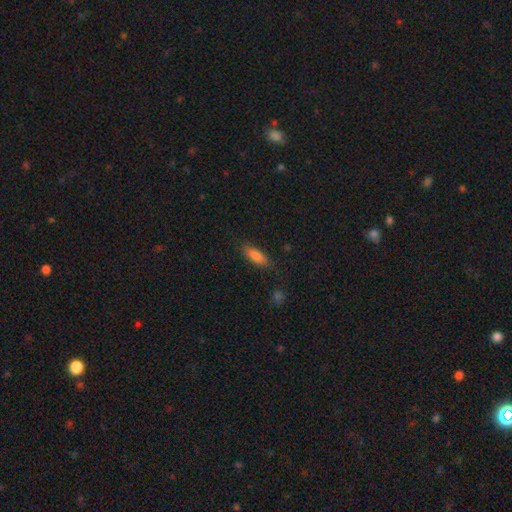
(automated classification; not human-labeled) The model was most divided on "how rounded": in between: 67%, cigar-shaped: 30%, round: 3%. More confident: merging — none (81%); smooth or featured — smooth (79%).